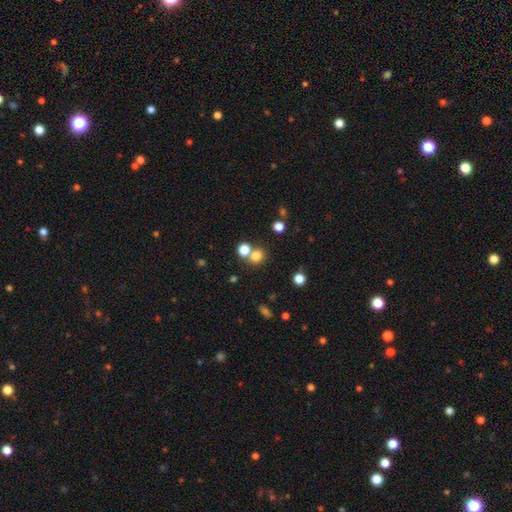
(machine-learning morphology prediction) A smooth galaxy with no disk features (77%) that is round (80%). Merging: none (60%).